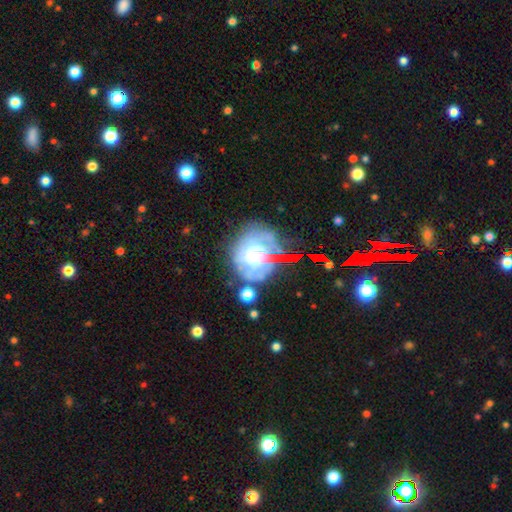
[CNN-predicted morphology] A featured or disk galaxy (50%). Merging: none (36%).